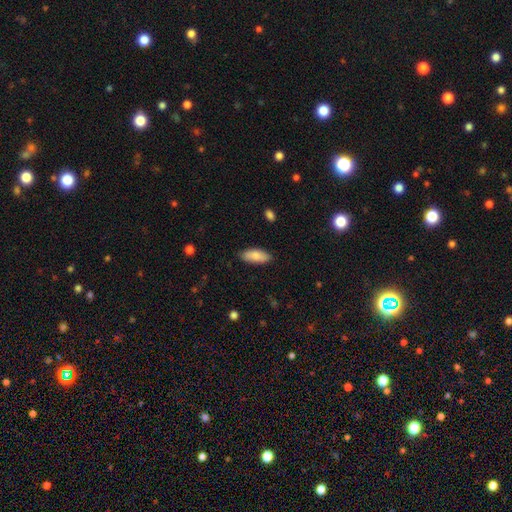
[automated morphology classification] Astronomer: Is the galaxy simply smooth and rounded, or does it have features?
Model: smooth — 83%.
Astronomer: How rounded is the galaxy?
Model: in between — 82%.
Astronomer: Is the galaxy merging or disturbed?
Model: none — 85%.